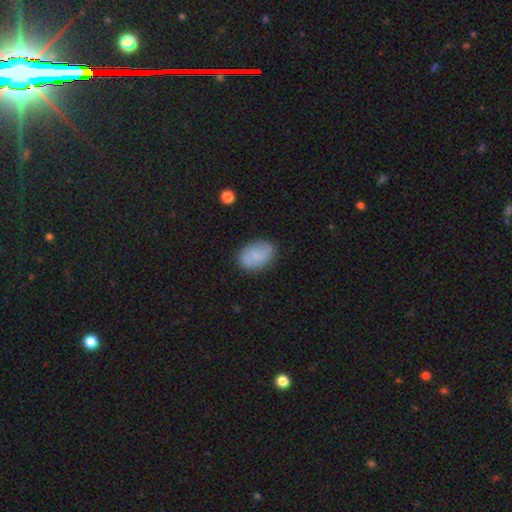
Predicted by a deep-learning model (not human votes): smooth-or-featured: smooth: 63% | featured or disk: 29% | star or artifact: 8%
  how-rounded: in between: 82% | round: 17% | cigar-shaped: 2%
  merging: none: 79% | minor disturbance: 15% | major disturbance: 4% | merger: 2%